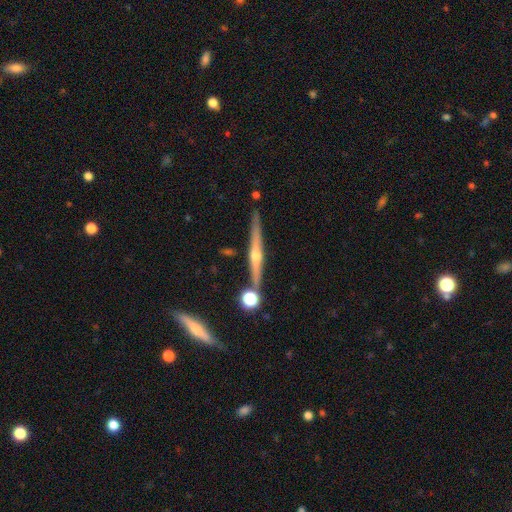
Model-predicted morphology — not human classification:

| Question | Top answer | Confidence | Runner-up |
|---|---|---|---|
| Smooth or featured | featured or disk | 80% | smooth (14%) |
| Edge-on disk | yes | 98% | no (2%) |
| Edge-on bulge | rounded | 86% | none (9%) |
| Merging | none | 85% | minor disturbance (8%) |